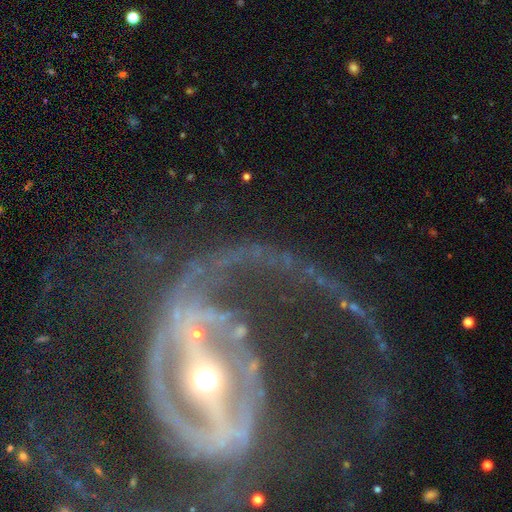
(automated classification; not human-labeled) Smooth or featured: featured or disk — 81% (star or artifact — 11%)
Edge-on disk: no — 93% (yes — 7%)
Bar: strong — 53% (no — 25%)
Spiral arms: yes — 80% (no — 20%)
Spiral winding: loose — 42% (medium — 38%)
Spiral arm count: 2 — 70% (1 — 10%)
Bulge size: moderate — 58% (small — 32%)
Merging: none — 48% (major disturbance — 31%)